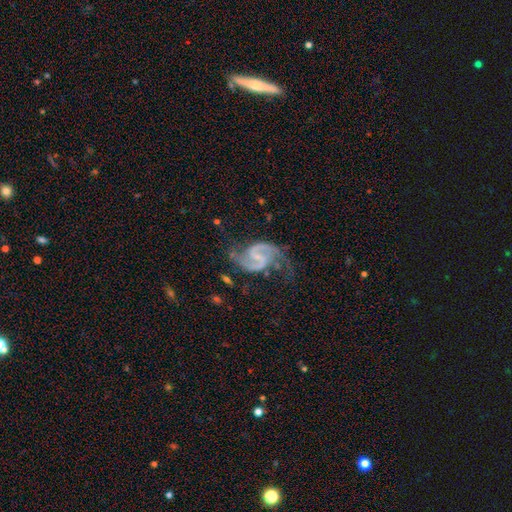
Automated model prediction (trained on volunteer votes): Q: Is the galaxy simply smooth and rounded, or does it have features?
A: featured or disk — 92%.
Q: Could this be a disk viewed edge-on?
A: no — 98%.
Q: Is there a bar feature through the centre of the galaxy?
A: weak — 50%.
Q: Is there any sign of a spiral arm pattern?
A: yes — 98%.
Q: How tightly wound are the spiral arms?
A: medium — 56%.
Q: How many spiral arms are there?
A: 2 — 94%.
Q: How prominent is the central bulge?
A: small — 52%.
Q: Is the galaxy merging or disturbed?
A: none — 65%.